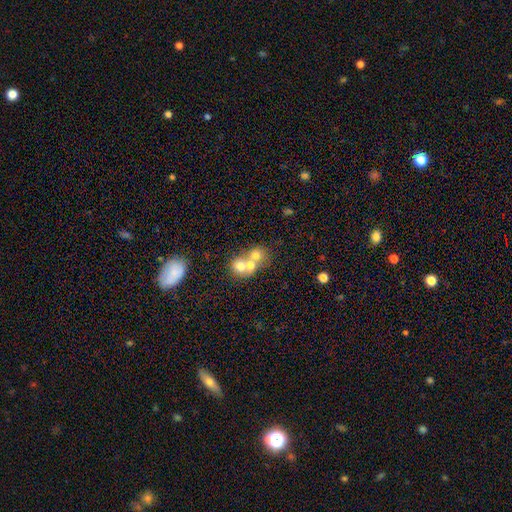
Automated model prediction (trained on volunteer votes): Overall: smooth (61%; featured or disk 26%). How rounded: round (73%). Merging: merger (68%).